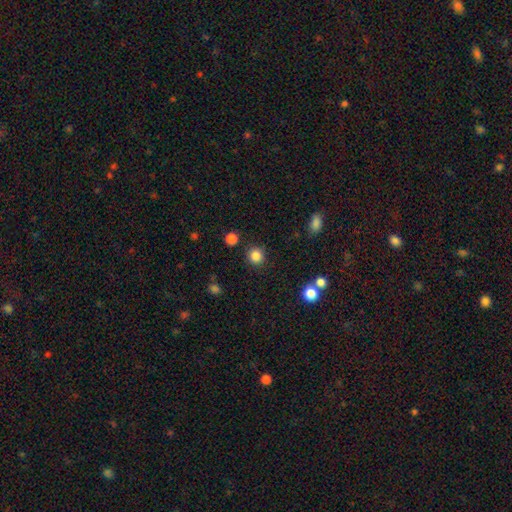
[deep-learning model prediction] smooth 85%, star or artifact 11%, featured or disk 4%. Down the decision tree: how rounded — round (91%); merging — none (88%).